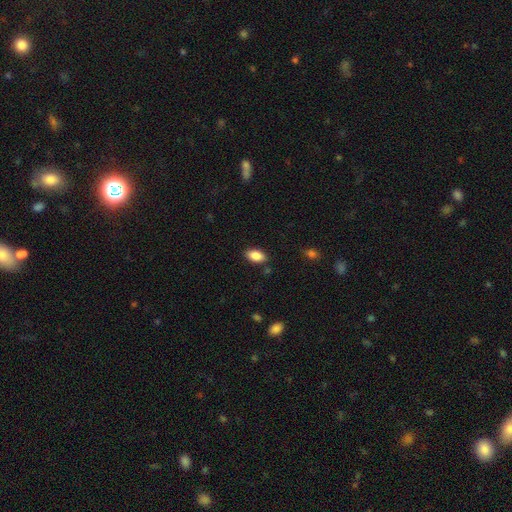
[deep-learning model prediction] Smooth or featured: smooth — 87% (star or artifact — 7%)
How rounded: in between — 92% (round — 5%)
Merging: none — 85% (minor disturbance — 11%)